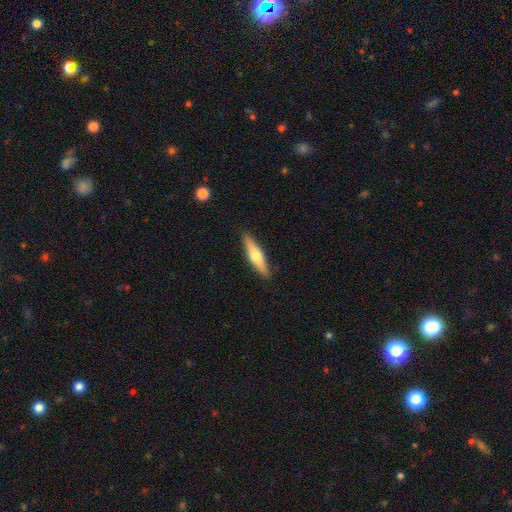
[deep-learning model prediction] Smooth or featured?
  - smooth: 54% *
  - featured or disk: 41%
  - star or artifact: 5%
How rounded?
  - cigar-shaped: 76% *
  - in between: 22%
  - round: 2%
Merging?
  - none: 89% *
  - minor disturbance: 8%
  - major disturbance: 2%
  - merger: 1%